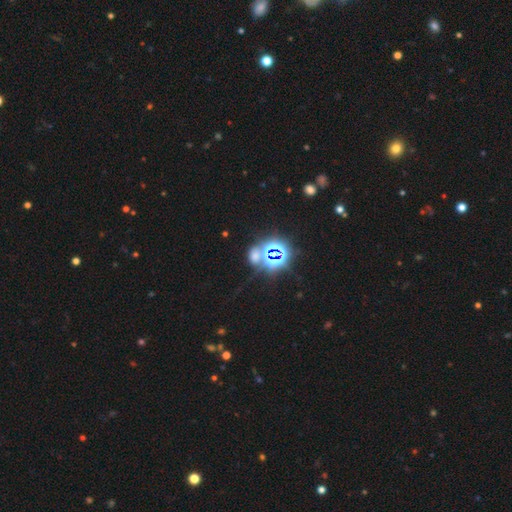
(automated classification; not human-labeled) smooth-or-featured: star or artifact: 58% | smooth: 33% | featured or disk: 9%